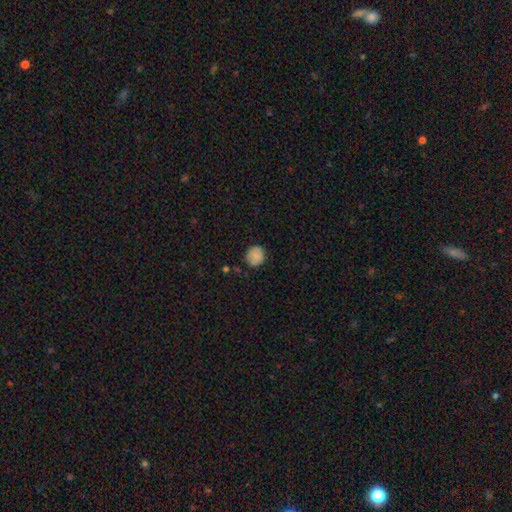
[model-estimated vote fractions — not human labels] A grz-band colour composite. It shows a smooth galaxy with no disk features (84%) that is round (84%). Merging: none (80%).